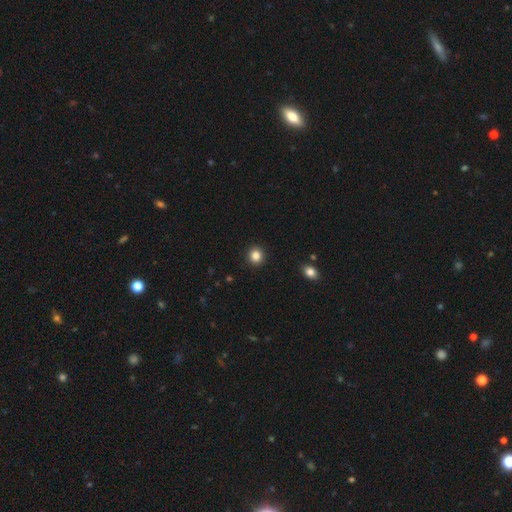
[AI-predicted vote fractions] Smooth or featured: smooth — 85% (star or artifact — 11%)
How rounded: round — 88% (in between — 11%)
Merging: none — 93% (minor disturbance — 5%)